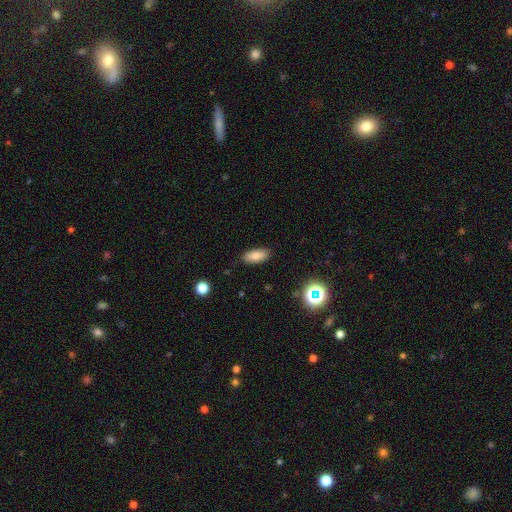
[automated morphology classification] Q: Smooth or featured?
A: smooth (83%); runner-up: star or artifact (9%)
Q: How rounded?
A: in between (82%); runner-up: cigar-shaped (15%)
Q: Merging?
A: none (86%); runner-up: minor disturbance (10%)